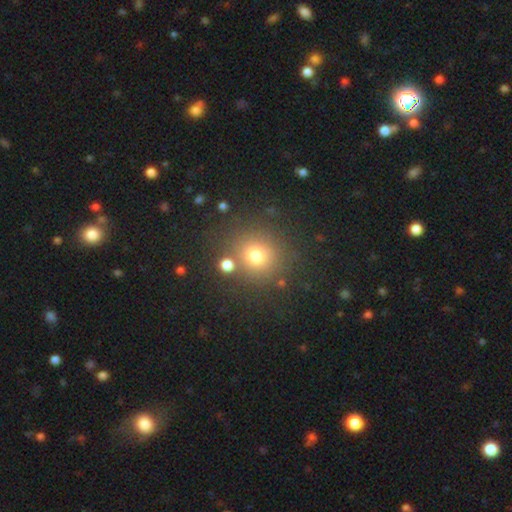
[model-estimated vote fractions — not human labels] This appears to be a smooth galaxy with no disk features (72%) that is round (91%). Merging: none (81%).